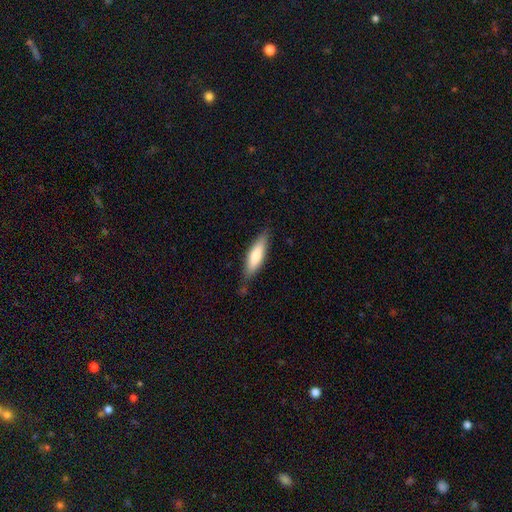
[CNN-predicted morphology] A smooth galaxy with no disk features (71%) that is cigar-shaped (63%). Merging: none (78%).